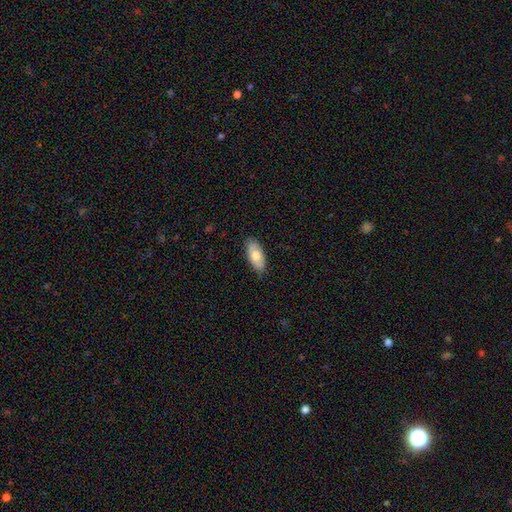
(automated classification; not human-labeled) Smooth or featured: smooth — 71% (featured or disk — 23%)
How rounded: in between — 89% (cigar-shaped — 8%)
Merging: none — 84% (minor disturbance — 12%)